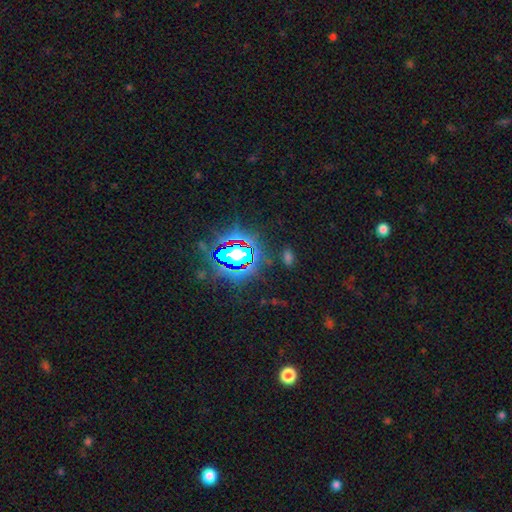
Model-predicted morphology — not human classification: type=star or artifact (79%).